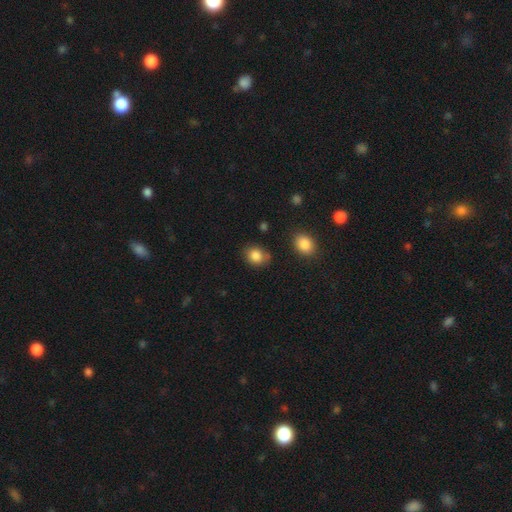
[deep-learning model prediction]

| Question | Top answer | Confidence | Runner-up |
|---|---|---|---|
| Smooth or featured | smooth | 85% | star or artifact (9%) |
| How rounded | round | 55% | in between (44%) |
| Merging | none | 69% | minor disturbance (22%) |